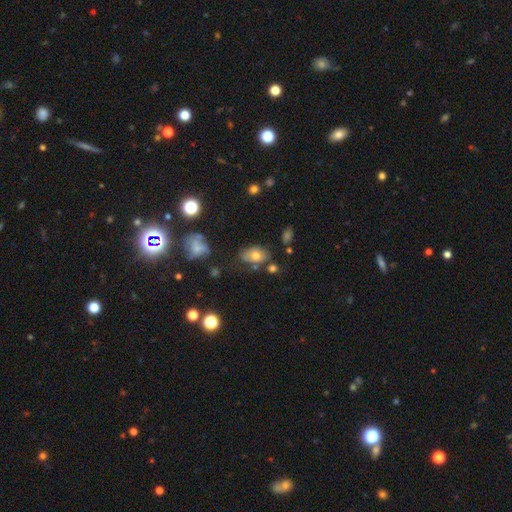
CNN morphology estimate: smooth 67%, featured or disk 22%, star or artifact 12%. Down the decision tree: how rounded — in between (81%); merging — none (57%).